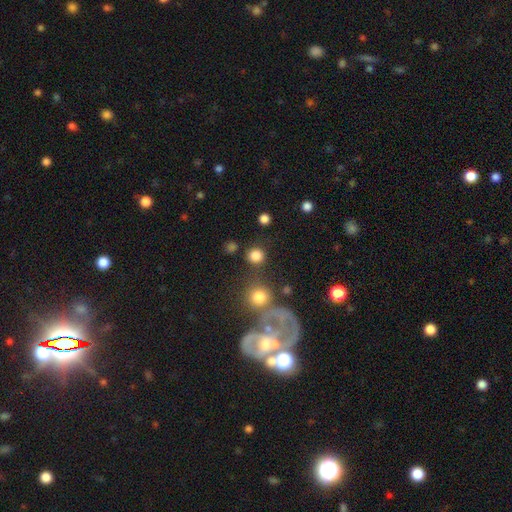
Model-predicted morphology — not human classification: A smooth galaxy with no disk features (83%) that is round (90%). Merging: none (77%).